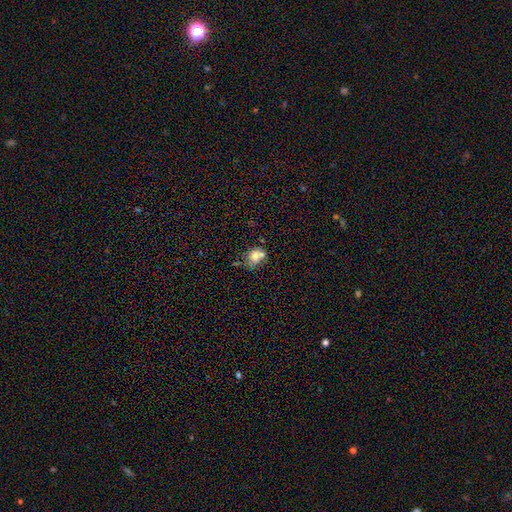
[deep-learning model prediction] smooth 71%, featured or disk 16%, star or artifact 13%. Down the decision tree: how rounded — round (60%); merging — none (48%).